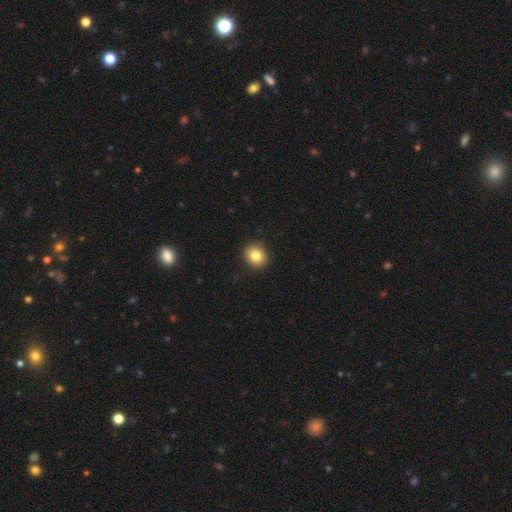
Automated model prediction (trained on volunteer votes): Smooth or featured? Predicted: smooth (p=0.83). How rounded? Predicted: round (p=0.75). Merging? Predicted: none (p=0.90).